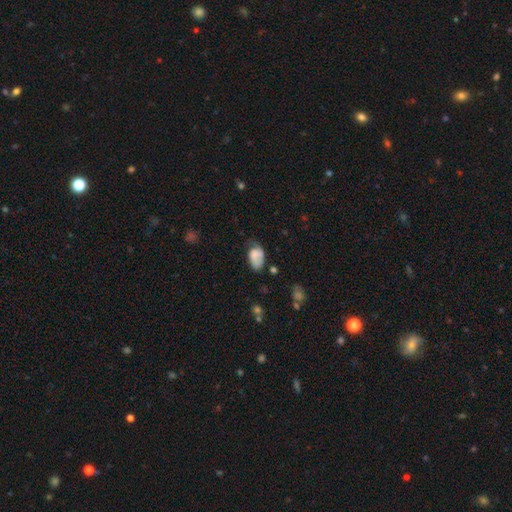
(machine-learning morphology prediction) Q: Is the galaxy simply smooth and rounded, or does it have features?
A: smooth — 69%.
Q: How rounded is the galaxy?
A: in between — 89%.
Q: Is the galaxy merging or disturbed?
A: minor disturbance — 36%.